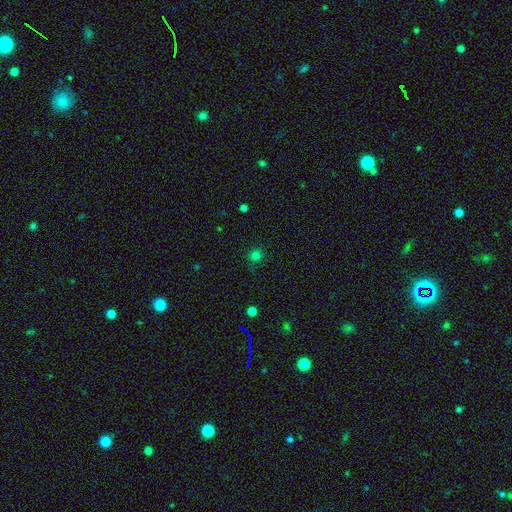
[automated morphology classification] Smooth or featured: smooth — 76% (star or artifact — 19%)
How rounded: round — 93% (in between — 6%)
Merging: none — 86% (minor disturbance — 10%)